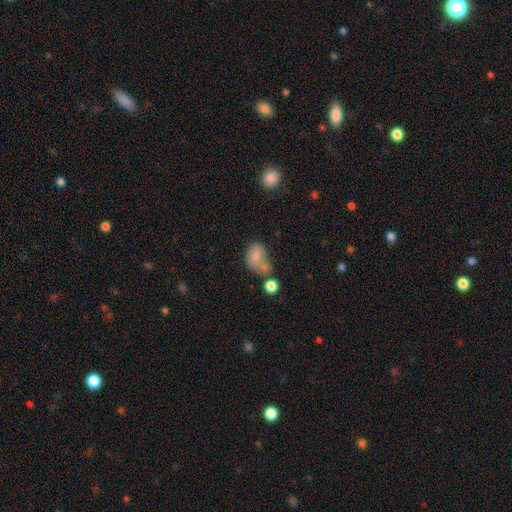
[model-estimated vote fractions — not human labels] The model was most divided on "merging": merger: 35%, none: 32%, minor disturbance: 21%, major disturbance: 12%. More confident: smooth or featured — smooth (74%); how rounded — in between (70%).